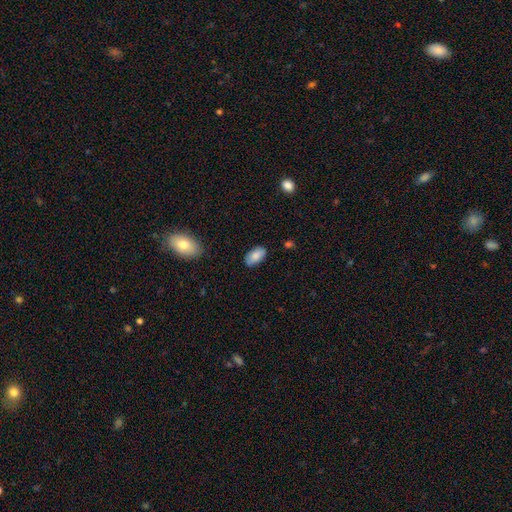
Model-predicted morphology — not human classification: This appears to be a smooth galaxy with no disk features (84%) that is in between round and cigar-shaped (94%). Merging: none (83%).